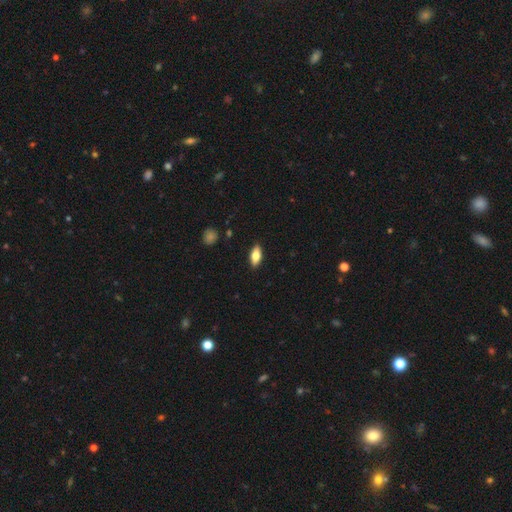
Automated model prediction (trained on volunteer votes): Smooth or featured? smooth (73%)
How rounded? in between (83%)
Merging? none (89%)